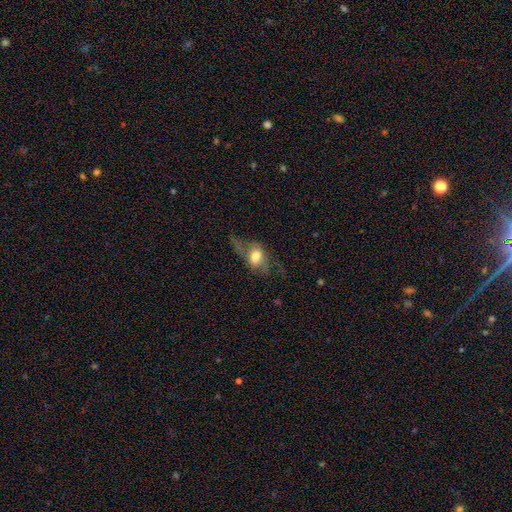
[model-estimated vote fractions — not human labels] Smooth or featured? smooth (51%)
How rounded? in between (76%)
Merging? none (41%)